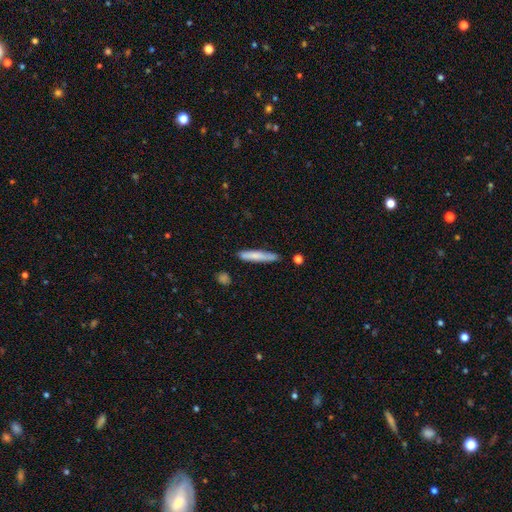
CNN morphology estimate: smooth-or-featured: smooth: 75% | featured or disk: 19% | star or artifact: 6%
  how-rounded: cigar-shaped: 92% | in between: 7% | round: 1%
  merging: none: 80% | minor disturbance: 15% | merger: 3% | major disturbance: 3%